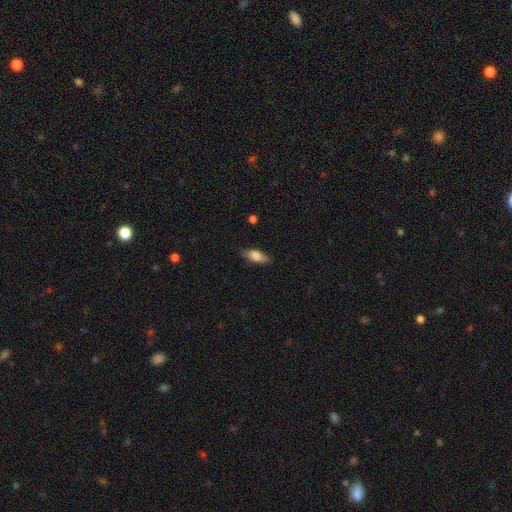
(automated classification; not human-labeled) A smooth galaxy with no disk features (75%) that is in between round and cigar-shaped (73%). Merging: none (80%).